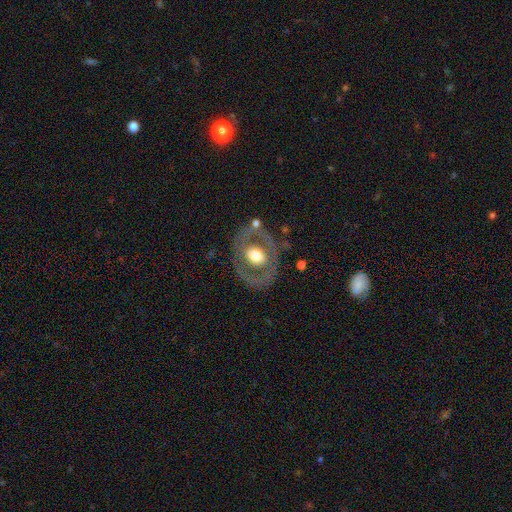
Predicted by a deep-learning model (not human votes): This is possibly a featured or disk galaxy (60%). It is clearly not viewed edge-on (94%). Bar: likely no (74%). Spiral arm pattern: likely no (78%). Central bulge: possibly moderate (60%). Merging: likely none (73%).